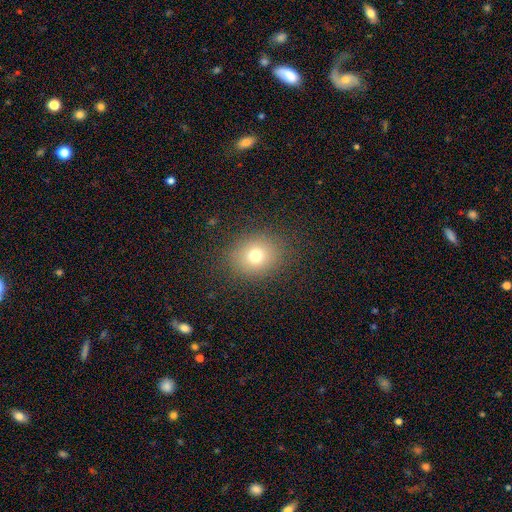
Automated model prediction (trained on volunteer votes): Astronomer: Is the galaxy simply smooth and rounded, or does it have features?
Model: smooth — 73%.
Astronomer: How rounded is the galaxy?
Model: round — 67%.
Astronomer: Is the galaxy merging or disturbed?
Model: none — 86%.